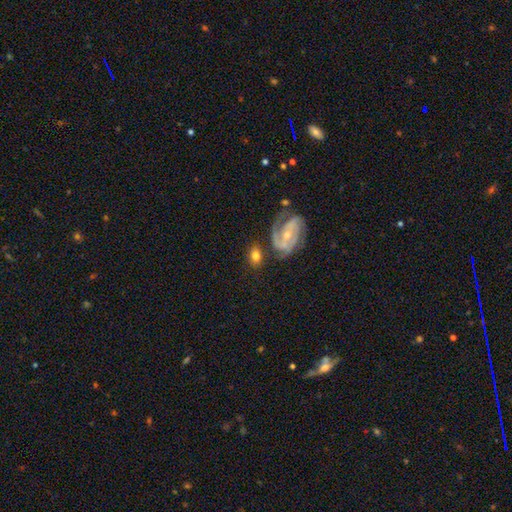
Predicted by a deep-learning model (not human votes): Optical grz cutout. It shows a smooth galaxy with no disk features (57%) that is in between round and cigar-shaped (68%). Merging: none (67%).